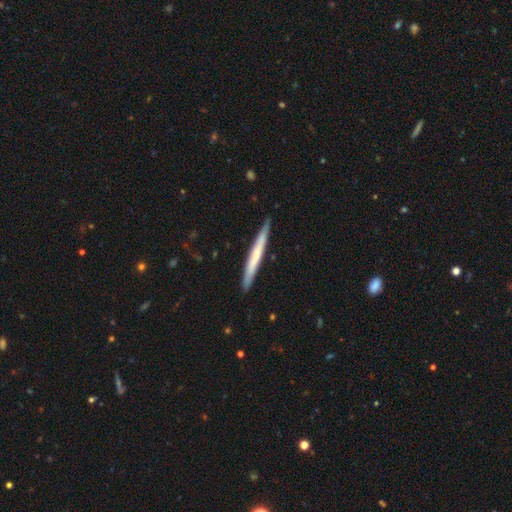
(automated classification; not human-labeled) Q: Smooth or featured?
A: smooth (52%); runner-up: featured or disk (42%)
Q: How rounded?
A: cigar-shaped (97%); runner-up: in between (2%)
Q: Merging?
A: none (88%); runner-up: minor disturbance (9%)